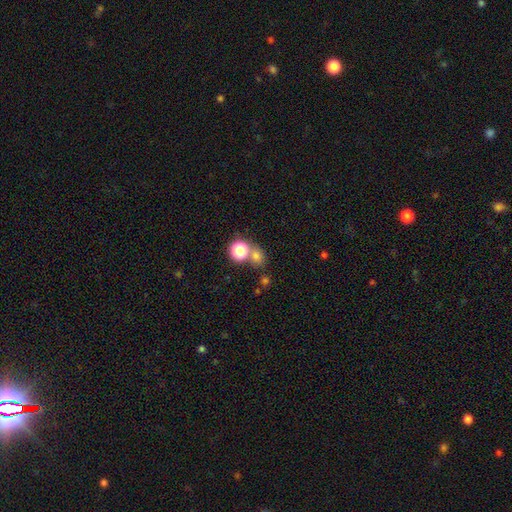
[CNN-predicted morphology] Q: Smooth or featured?
A: smooth (71%); runner-up: star or artifact (21%)
Q: How rounded?
A: round (70%); runner-up: in between (28%)
Q: Merging?
A: none (56%); runner-up: merger (32%)